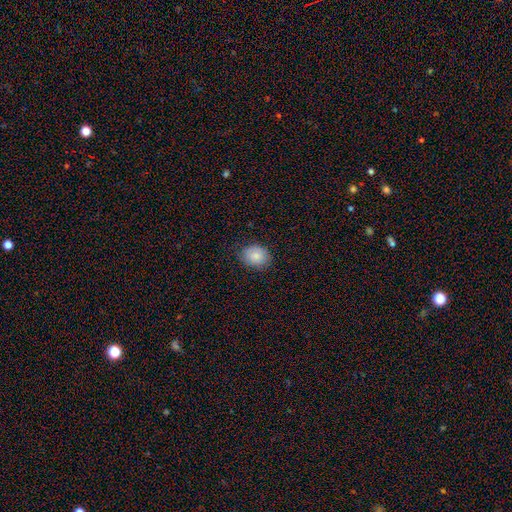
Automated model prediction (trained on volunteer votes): Q: Smooth or featured?
A: smooth (85%); runner-up: star or artifact (8%)
Q: How rounded?
A: in between (53%); runner-up: round (46%)
Q: Merging?
A: none (81%); runner-up: minor disturbance (15%)